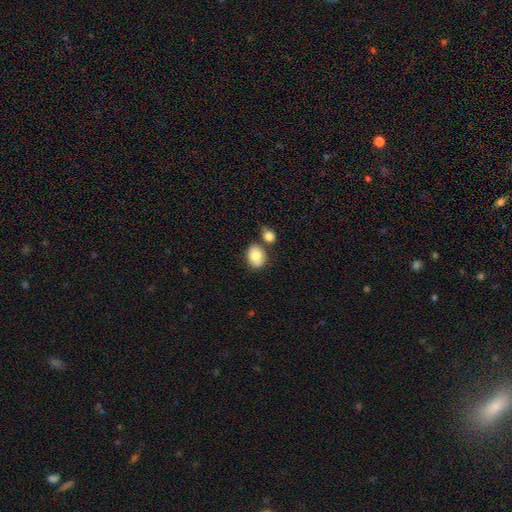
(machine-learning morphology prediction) This appears to be a smooth galaxy with no disk features (83%) that is in between round and cigar-shaped (56%). Merging: none (65%).